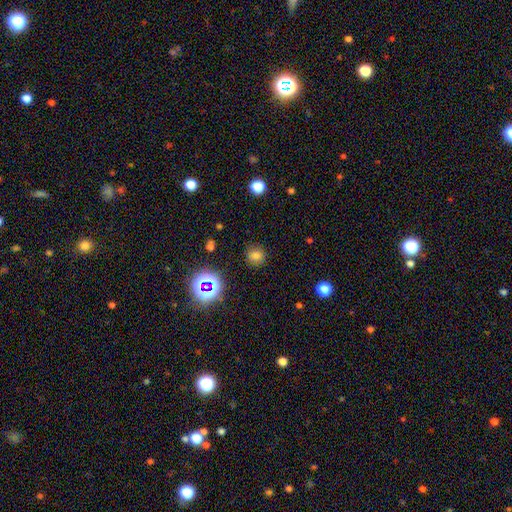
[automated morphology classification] Smooth or featured? smooth (72%)
How rounded? round (84%)
Merging? none (87%)